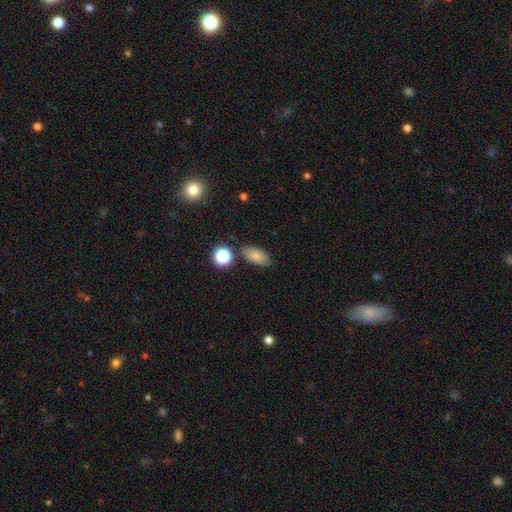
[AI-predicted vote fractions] Q: Smooth or featured?
A: smooth (81%); runner-up: star or artifact (11%)
Q: How rounded?
A: in between (87%); runner-up: round (7%)
Q: Merging?
A: none (80%); runner-up: minor disturbance (12%)